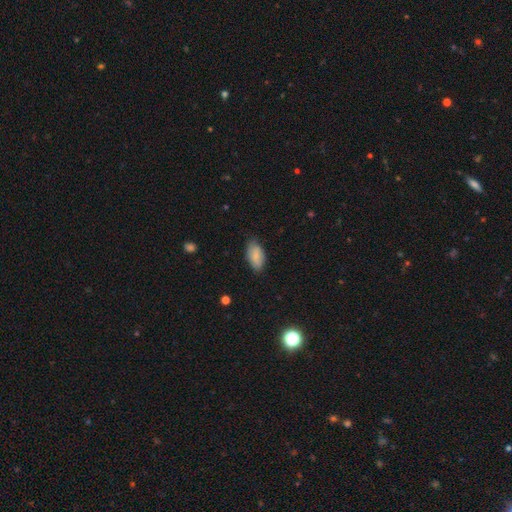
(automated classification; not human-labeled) smooth-or-featured: smooth: 80% | featured or disk: 13% | star or artifact: 7%
  how-rounded: in between: 93% | cigar-shaped: 4% | round: 3%
  merging: none: 72% | minor disturbance: 23% | major disturbance: 4% | merger: 1%